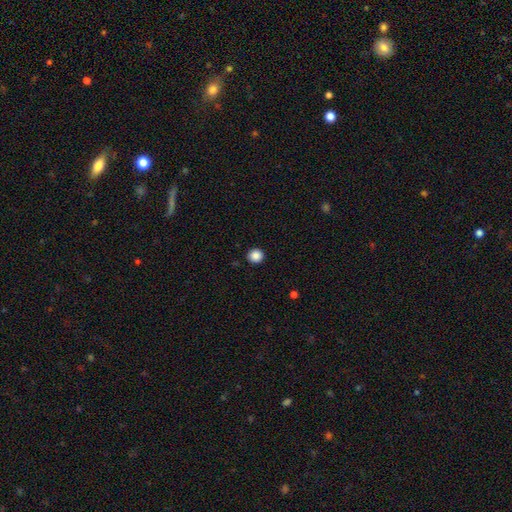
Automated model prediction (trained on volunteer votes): smooth 87%, star or artifact 10%, featured or disk 3%. Down the decision tree: how rounded — round (92%); merging — none (92%).